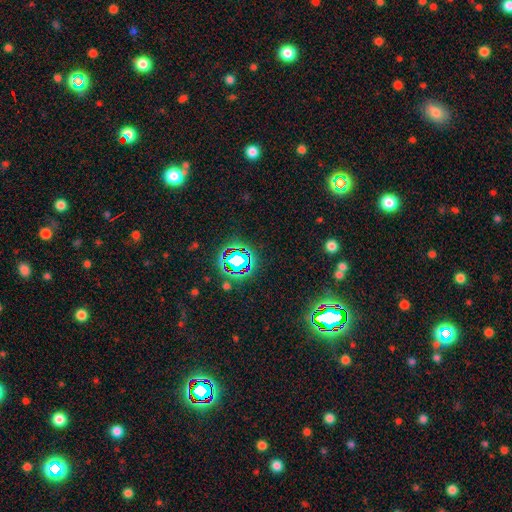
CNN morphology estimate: A star or artifact, not a galaxy (80%).